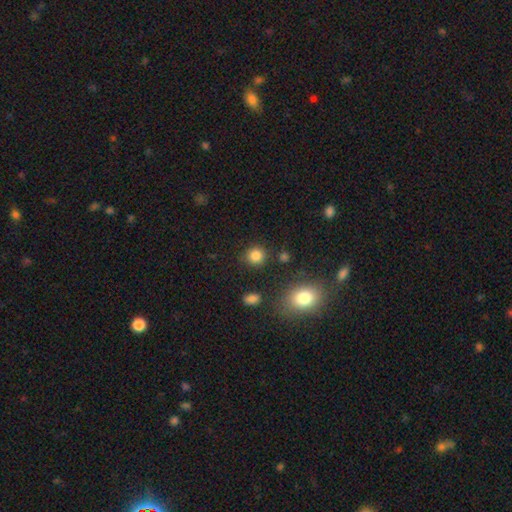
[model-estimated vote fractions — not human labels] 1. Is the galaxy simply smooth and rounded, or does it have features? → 84% smooth, 11% star or artifact, 4% featured or disk.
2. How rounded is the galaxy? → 88% round, 11% in between, 1% cigar-shaped.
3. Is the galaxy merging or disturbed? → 86% none, 8% minor disturbance, 3% merger, 3% major disturbance.